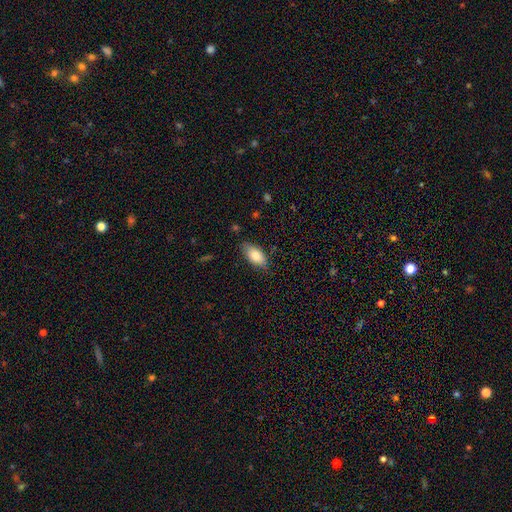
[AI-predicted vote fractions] Overall: smooth (80%). How rounded: in between (91%). Merging: none (80%).